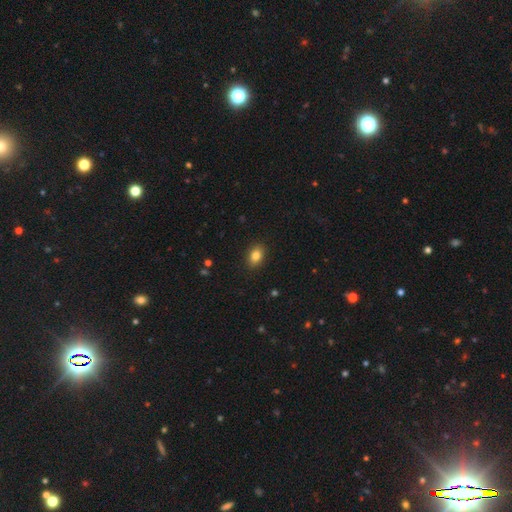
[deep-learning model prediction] smooth 84%, star or artifact 10%, featured or disk 7%. Down the decision tree: how rounded — in between (78%); merging — none (90%).